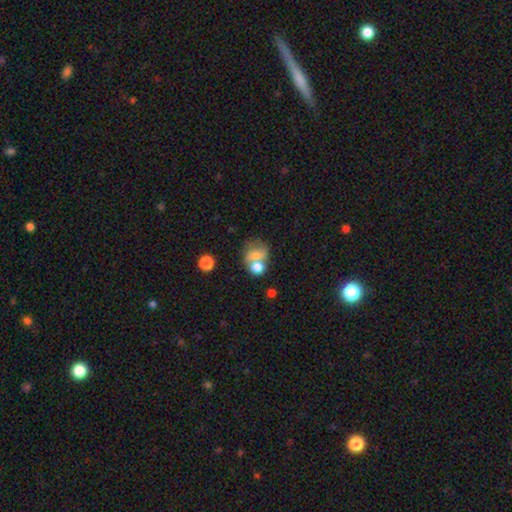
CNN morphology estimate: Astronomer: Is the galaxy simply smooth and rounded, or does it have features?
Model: smooth — 63%.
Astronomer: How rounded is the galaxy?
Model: round — 63%.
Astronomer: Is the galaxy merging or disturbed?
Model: merger — 42% (runner-up: none, 35%).